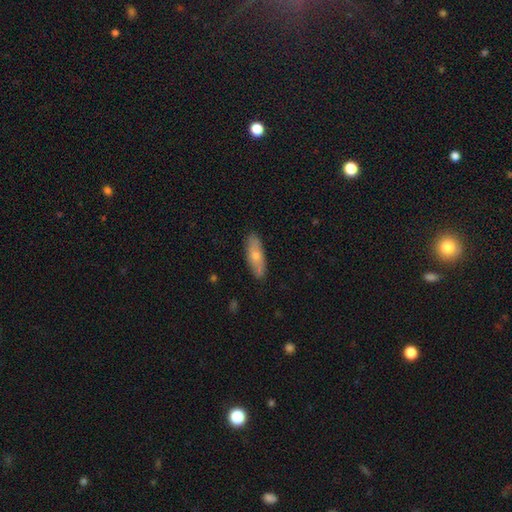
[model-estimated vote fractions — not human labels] A smooth galaxy with no disk features (65%) that is in between round and cigar-shaped (59%).

Vote fractions:
- Smooth or featured? smooth: 65% / featured or disk: 29% / star or artifact: 6%
- How rounded? in between: 59% / cigar-shaped: 38% / round: 3%
- Merging? none: 85% / minor disturbance: 12% / major disturbance: 2% / merger: 1%